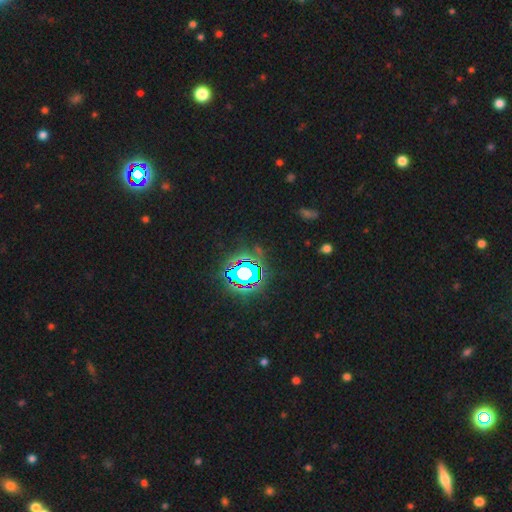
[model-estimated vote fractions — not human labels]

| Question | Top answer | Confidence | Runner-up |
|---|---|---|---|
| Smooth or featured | star or artifact | 83% | smooth (11%) |